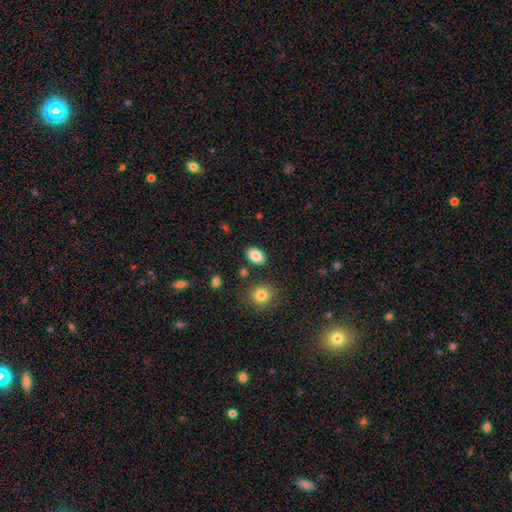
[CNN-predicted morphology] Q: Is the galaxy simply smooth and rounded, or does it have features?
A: smooth — 86%.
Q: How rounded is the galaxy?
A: in between — 86%.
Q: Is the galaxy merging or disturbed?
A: none — 85%.